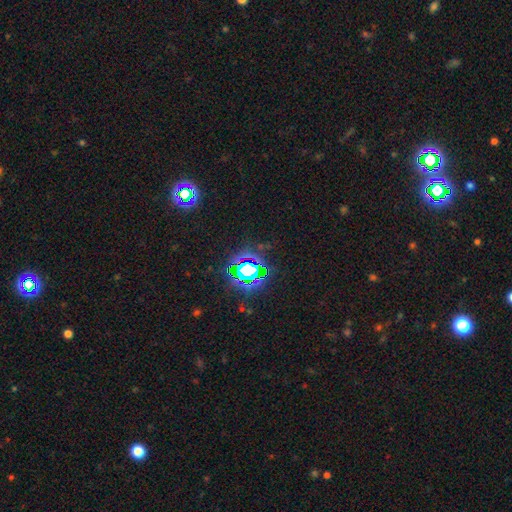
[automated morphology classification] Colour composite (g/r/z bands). It shows a star or artifact, not a galaxy (80%).